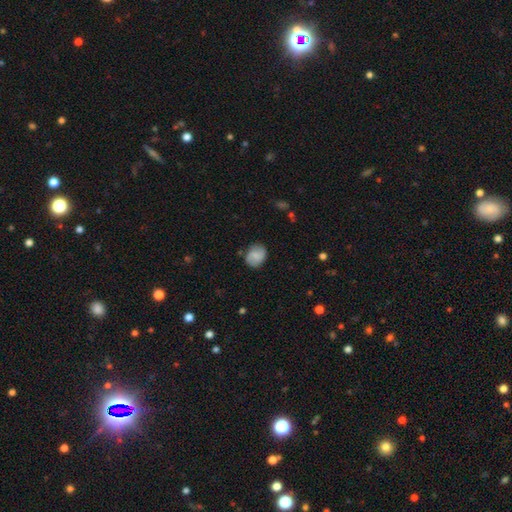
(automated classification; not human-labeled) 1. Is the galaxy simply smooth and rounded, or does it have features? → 63% smooth, 29% featured or disk, 8% star or artifact.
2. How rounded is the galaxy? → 57% round, 42% in between, 1% cigar-shaped.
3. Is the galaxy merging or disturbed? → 78% none, 16% minor disturbance, 4% major disturbance, 2% merger.